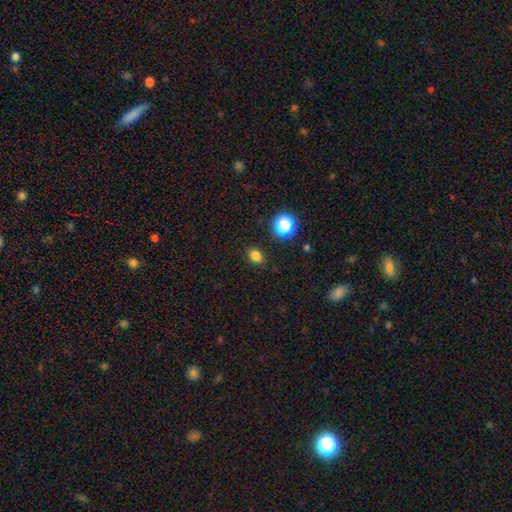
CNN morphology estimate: smooth_or_featured: smooth (p=0.80) [alt: star or artifact p=0.15]
how_rounded: in between (p=0.60) [alt: round p=0.39]
merging: none (p=0.89) [alt: minor disturbance p=0.08]